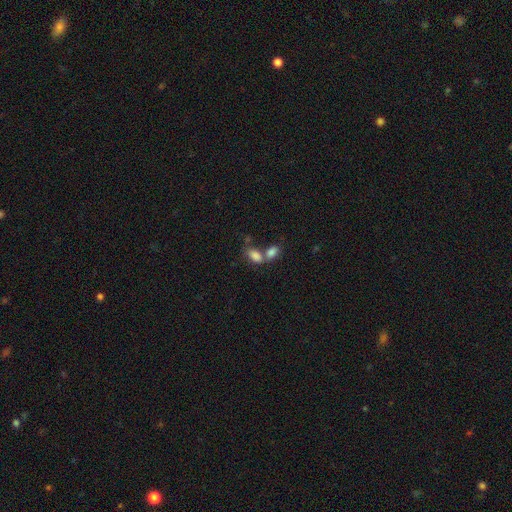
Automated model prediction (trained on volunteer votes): smooth_or_featured: smooth (p=0.82) [alt: star or artifact p=0.09]
how_rounded: in between (p=0.90) [alt: round p=0.08]
merging: merger (p=0.57) [alt: none p=0.29]